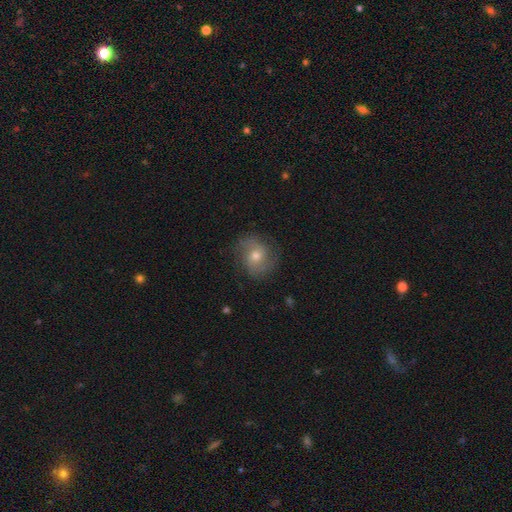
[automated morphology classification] Smooth or featured? featured or disk (59%)
Edge-on disk? no (97%)
Bar? no (71%)
Spiral arms? yes (86%)
Bulge size? moderate (68%)
Merging? none (76%)